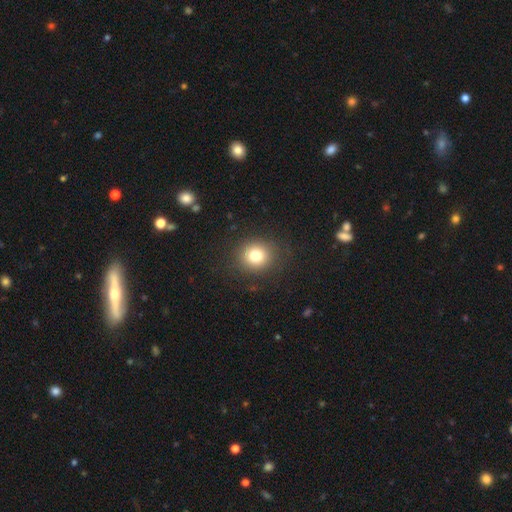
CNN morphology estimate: Smooth or featured? Predicted: smooth (p=0.79). How rounded? Predicted: round (p=0.85). Merging? Predicted: none (p=0.88).